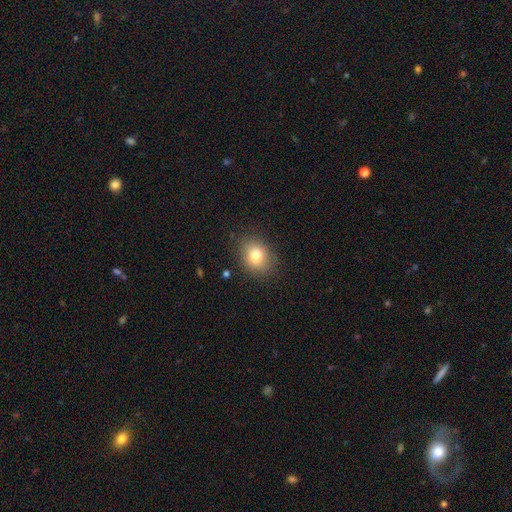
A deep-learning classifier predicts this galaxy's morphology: Smooth or featured: smooth — 79% (featured or disk — 11%)
How rounded: in between — 53% (round — 46%)
Merging: none — 84% (minor disturbance — 11%)